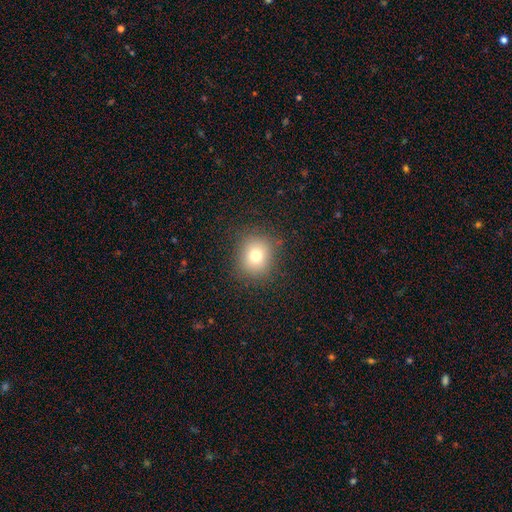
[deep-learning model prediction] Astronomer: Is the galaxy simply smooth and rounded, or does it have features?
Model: smooth — 76%.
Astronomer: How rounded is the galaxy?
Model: round — 79%.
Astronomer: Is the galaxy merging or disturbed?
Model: none — 86%.